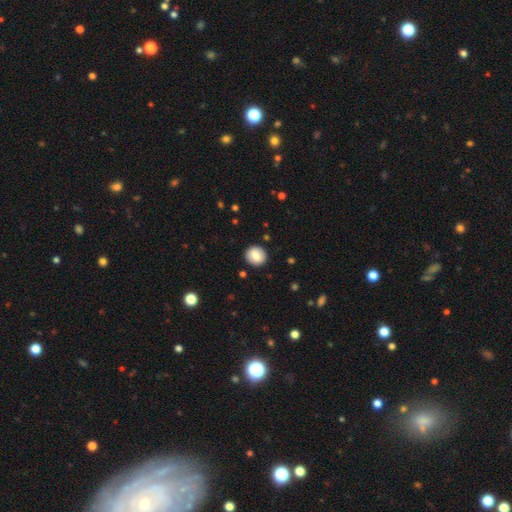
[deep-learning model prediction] This is likely a smooth galaxy (79%). How rounded: clearly round (84%). Merging: clearly none (90%).